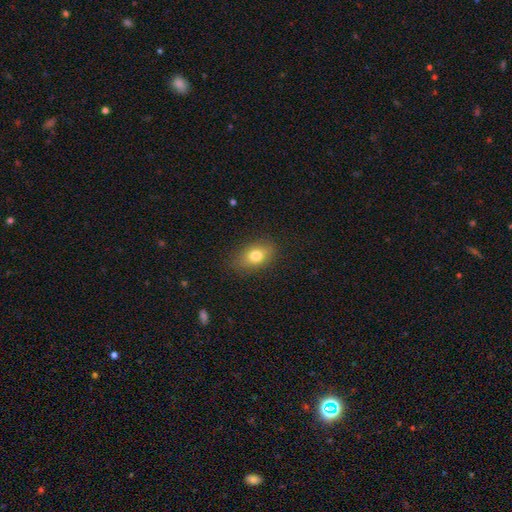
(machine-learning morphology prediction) Q: Smooth or featured?
A: smooth (77%); runner-up: featured or disk (13%)
Q: How rounded?
A: in between (79%); runner-up: round (18%)
Q: Merging?
A: none (84%); runner-up: minor disturbance (12%)